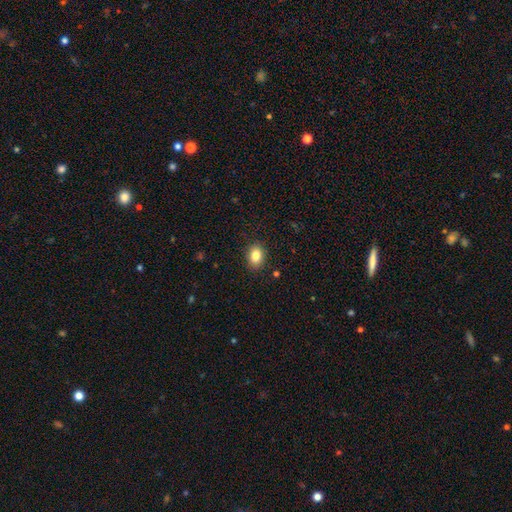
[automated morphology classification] Overall: smooth (84%). How rounded: in between (68%; round 31%). Merging: none (89%).